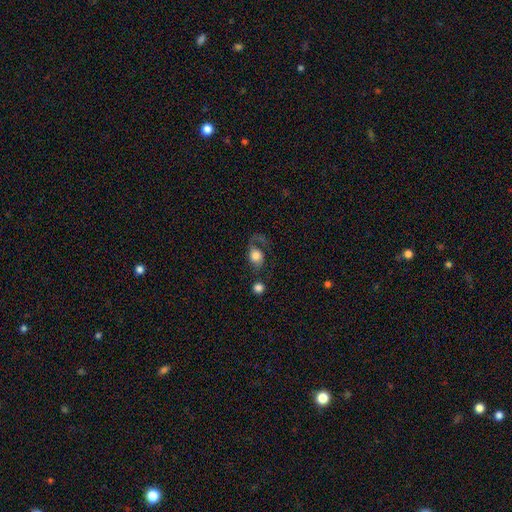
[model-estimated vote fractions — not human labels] This is possibly a smooth galaxy (57%). How rounded: possibly in between (52%). Merging: marginally major disturbance (39%).